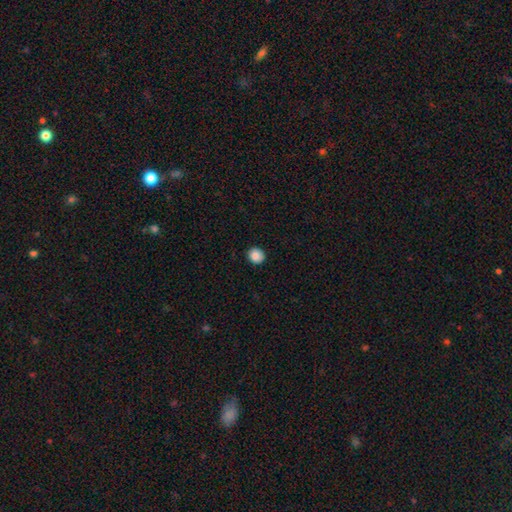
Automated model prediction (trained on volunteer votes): Smooth or featured? smooth (87%)
How rounded? round (87%)
Merging? none (90%)